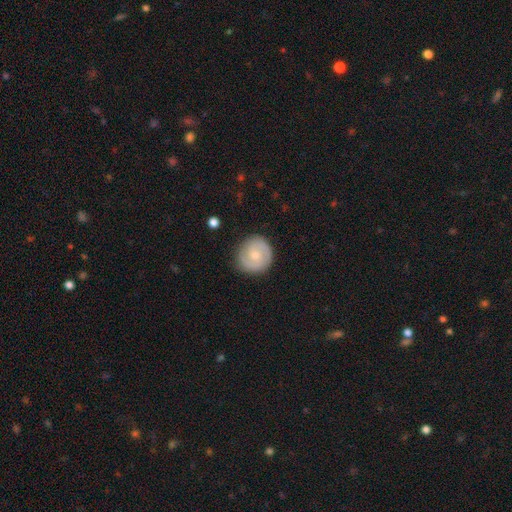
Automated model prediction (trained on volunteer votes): Smooth or featured? featured or disk (63%)
Edge-on disk? no (98%)
Bar? no (58%)
Spiral arms? yes (90%)
Spiral winding? tight (54%)
Spiral arm count? 2 (78%)
Bulge size? small (50%)
Merging? none (85%)